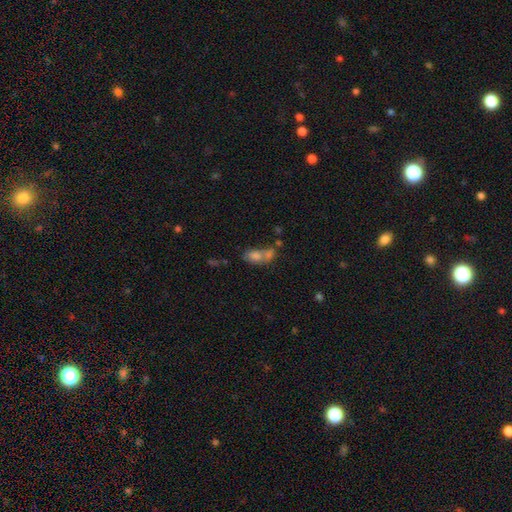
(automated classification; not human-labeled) The model was most divided on "merging": merger: 61%, none: 22%, minor disturbance: 10%, major disturbance: 8%. More confident: how rounded — in between (81%); smooth or featured — smooth (69%).